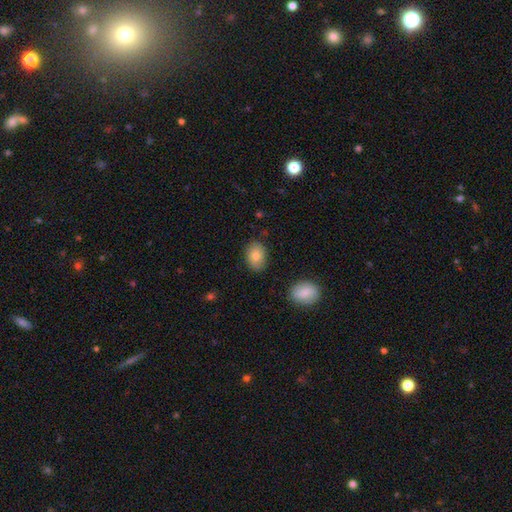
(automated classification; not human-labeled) A smooth galaxy with no disk features (83%) that is in between round and cigar-shaped (78%). Merging: none (84%).